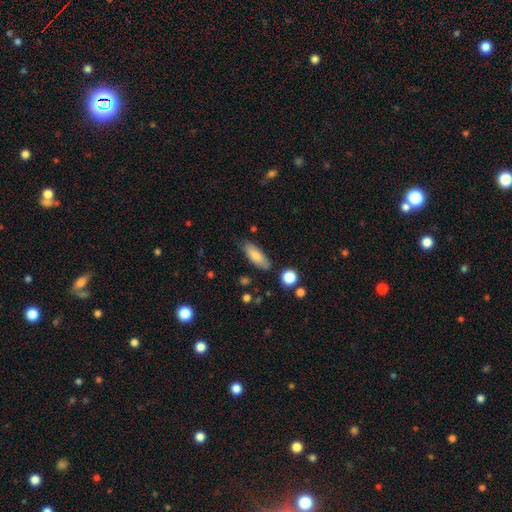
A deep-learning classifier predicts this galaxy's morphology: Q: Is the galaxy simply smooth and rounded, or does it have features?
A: smooth — 81%.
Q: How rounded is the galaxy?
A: in between — 67%.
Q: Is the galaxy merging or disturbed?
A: none — 80%.